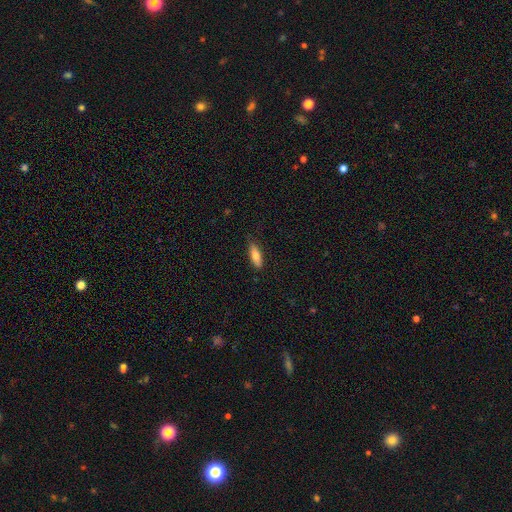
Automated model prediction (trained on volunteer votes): A smooth galaxy with no disk features (74%) that is in between round and cigar-shaped (57%).

Vote fractions:
- Smooth or featured? smooth: 74% / featured or disk: 20% / star or artifact: 6%
- How rounded? in between: 57% / cigar-shaped: 41% / round: 2%
- Merging? none: 82% / minor disturbance: 15% / major disturbance: 2% / merger: 1%